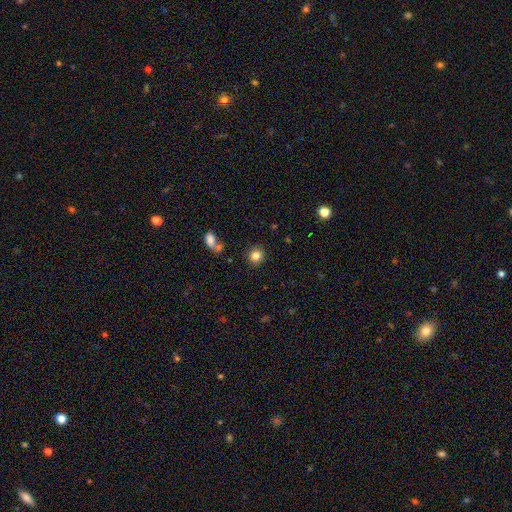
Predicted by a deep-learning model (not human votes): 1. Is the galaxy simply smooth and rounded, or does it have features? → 83% smooth, 11% star or artifact, 6% featured or disk.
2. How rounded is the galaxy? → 88% round, 11% in between, 1% cigar-shaped.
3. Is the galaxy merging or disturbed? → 87% none, 7% minor disturbance, 3% merger, 2% major disturbance.